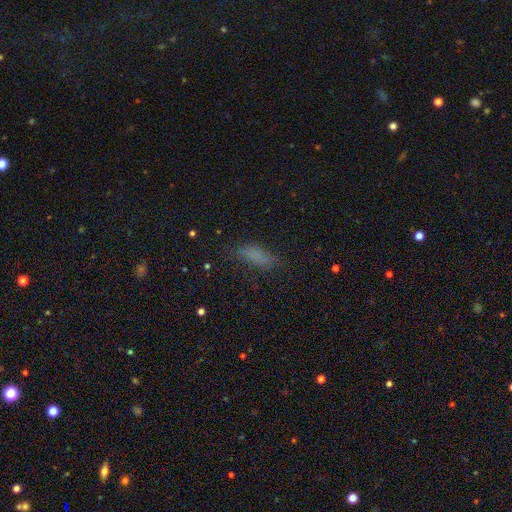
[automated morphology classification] This appears to be a smooth galaxy with no disk features (76%) that is in between round and cigar-shaped (63%). Merging: none (70%).